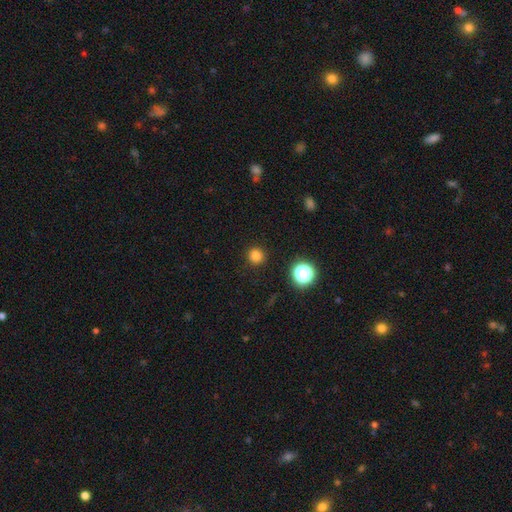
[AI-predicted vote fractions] The model was most divided on "smooth or featured": smooth: 80%, star or artifact: 16%, featured or disk: 4%. More confident: how rounded — round (94%); merging — none (91%).